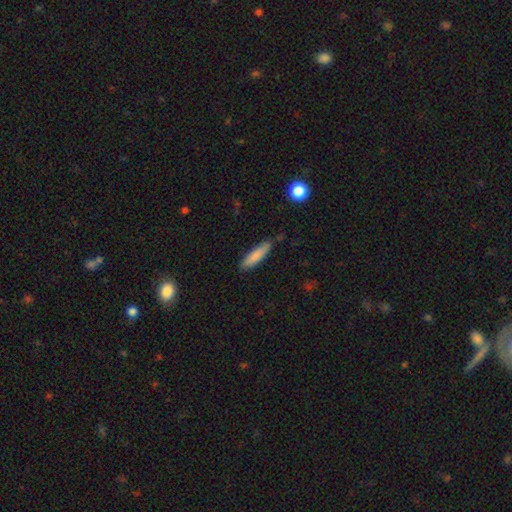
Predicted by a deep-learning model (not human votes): A smooth galaxy with no disk features (82%) that is cigar-shaped (76%). Merging: none (80%).